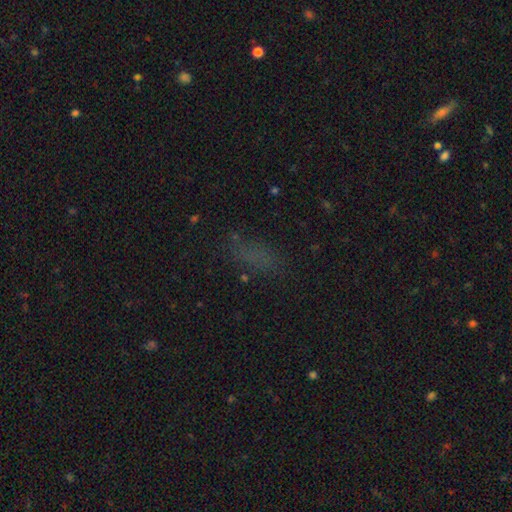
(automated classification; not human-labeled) Overall: smooth (58%; star or artifact 29%). How rounded: in between (65%; cigar-shaped 28%). Merging: none (70%).